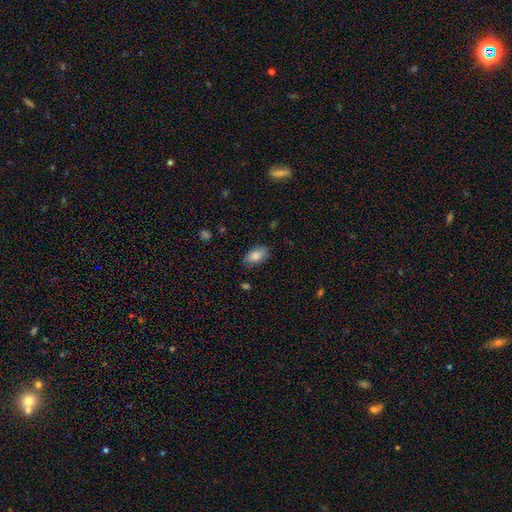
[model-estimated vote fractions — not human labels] Morphology: type=smooth (83%); roundness=in between (92%); merging=none (82%).